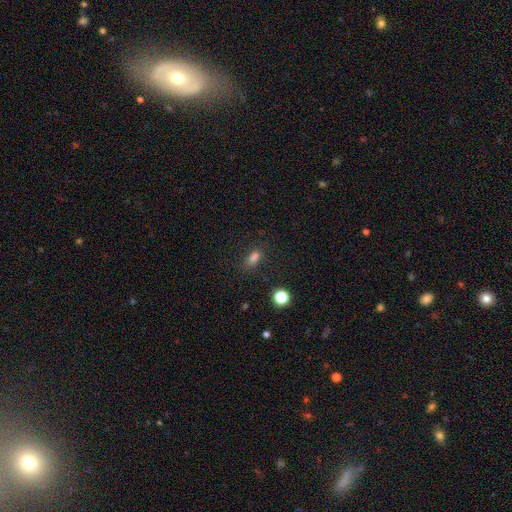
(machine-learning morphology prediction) Smooth or featured? Predicted: smooth (p=0.71). How rounded? Predicted: in between (p=0.73). Merging? Predicted: none (p=0.80).